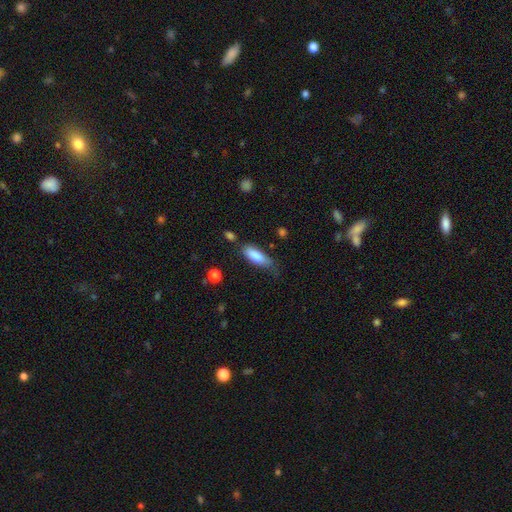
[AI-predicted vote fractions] smooth 83%, featured or disk 10%, star or artifact 6%. Down the decision tree: how rounded — in between (64%); merging — none (56%).